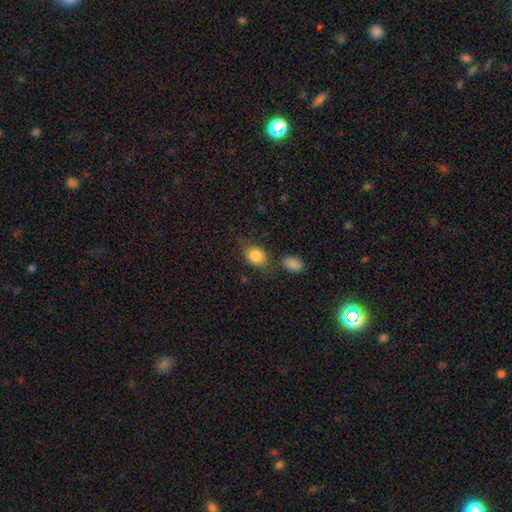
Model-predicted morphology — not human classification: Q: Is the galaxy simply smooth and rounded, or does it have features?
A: smooth — 84%.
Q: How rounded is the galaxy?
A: in between — 63%.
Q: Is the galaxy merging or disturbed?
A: none — 65%.